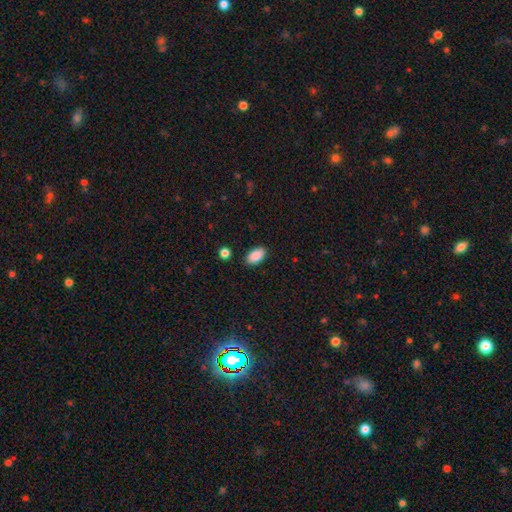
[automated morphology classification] Smooth or featured? Predicted: smooth (p=0.89). How rounded? Predicted: in between (p=0.94). Merging? Predicted: none (p=0.87).